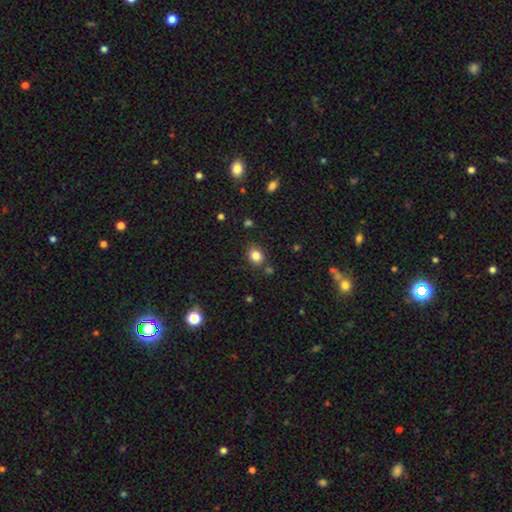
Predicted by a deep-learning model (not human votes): Q: Smooth or featured?
A: smooth (84%); runner-up: star or artifact (11%)
Q: How rounded?
A: round (56%); runner-up: in between (44%)
Q: Merging?
A: none (81%); runner-up: minor disturbance (11%)